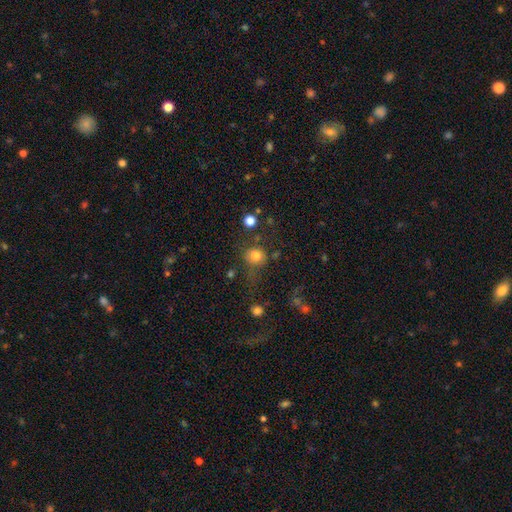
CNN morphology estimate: type=smooth (78%); roundness=round (83%); merging=none (64%).